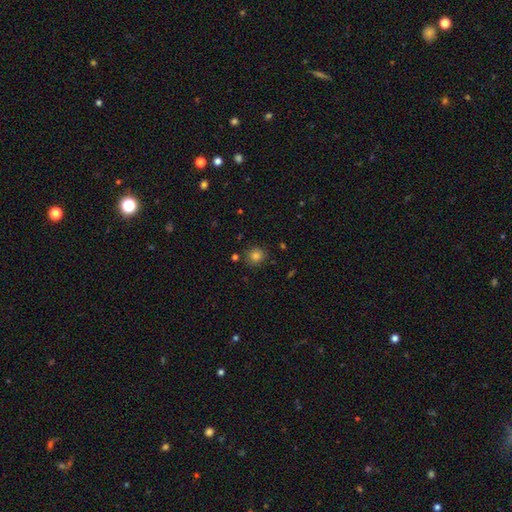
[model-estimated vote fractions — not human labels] smooth-or-featured: smooth: 82% | star or artifact: 13% | featured or disk: 5%
  how-rounded: round: 89% | in between: 10% | cigar-shaped: 1%
  merging: none: 84% | minor disturbance: 10% | merger: 4% | major disturbance: 3%